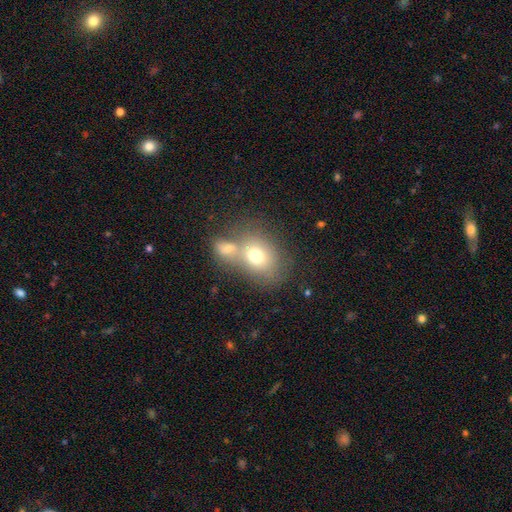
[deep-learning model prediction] A smooth galaxy with no disk features (70%) that is in between round and cigar-shaped (51%).

Vote fractions:
- Smooth or featured? smooth: 70% / featured or disk: 19% / star or artifact: 12%
- How rounded? in between: 51% / round: 47% / cigar-shaped: 1%
- Merging? merger: 45% / none: 38% / minor disturbance: 11% / major disturbance: 6%